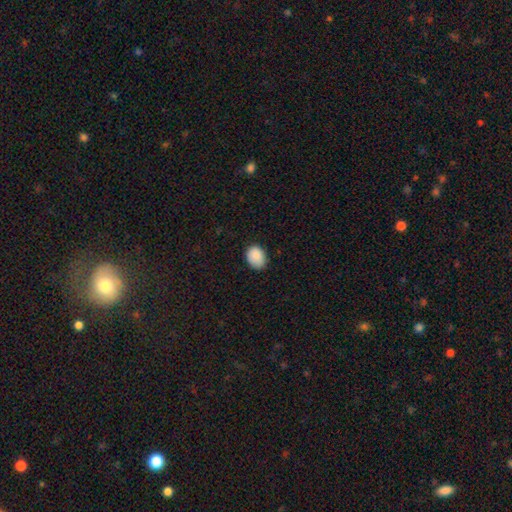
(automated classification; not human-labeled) A smooth galaxy with no disk features (89%) that is in between round and cigar-shaped (65%).

Vote fractions:
- Smooth or featured? smooth: 89% / star or artifact: 8% / featured or disk: 4%
- How rounded? in between: 65% / round: 35% / cigar-shaped: 1%
- Merging? none: 77% / minor disturbance: 20% / major disturbance: 3% / merger: 1%